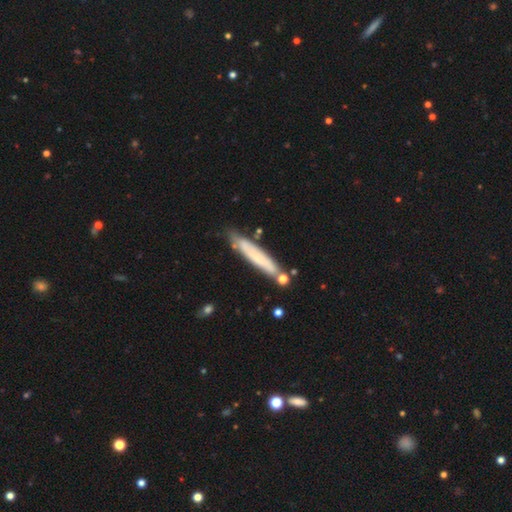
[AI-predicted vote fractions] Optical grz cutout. It shows a smooth galaxy with no disk features (57%) that is cigar-shaped (91%). Merging: none (71%).